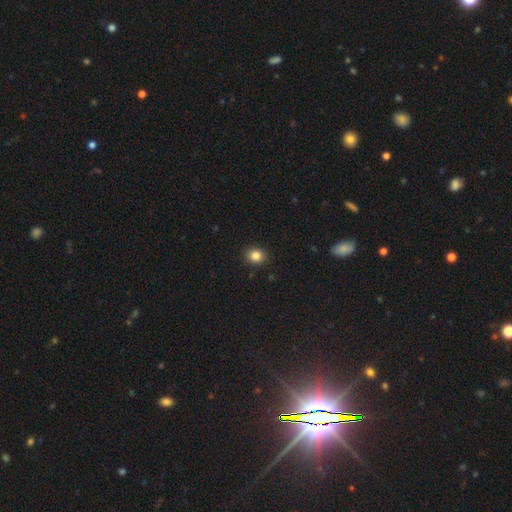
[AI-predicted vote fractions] A smooth galaxy with no disk features (84%) that is round (70%). Merging: none (91%).